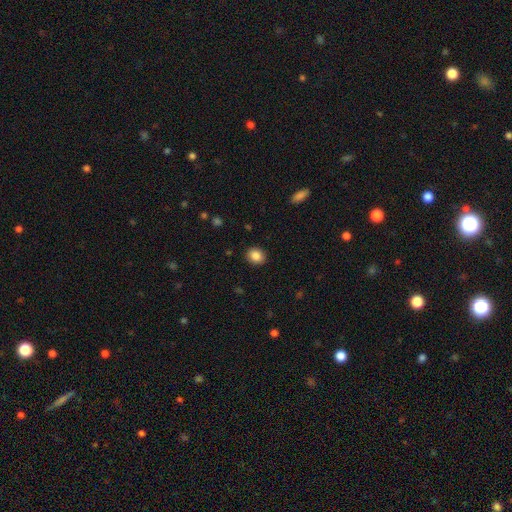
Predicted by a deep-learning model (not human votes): A smooth galaxy with no disk features (86%) that is round (59%). Merging: none (90%).